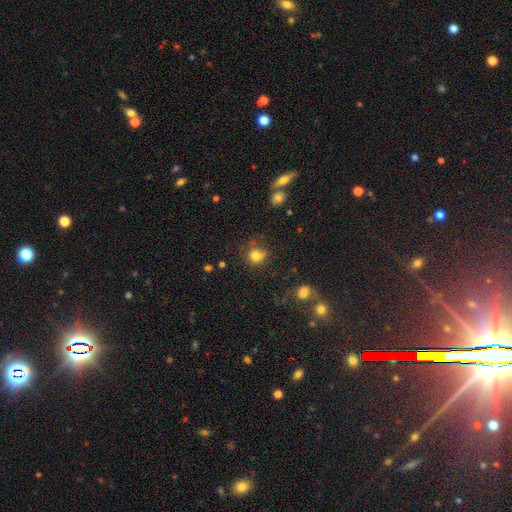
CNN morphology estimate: smooth 78%, star or artifact 14%, featured or disk 8%. Down the decision tree: how rounded — round (80%); merging — none (59%).